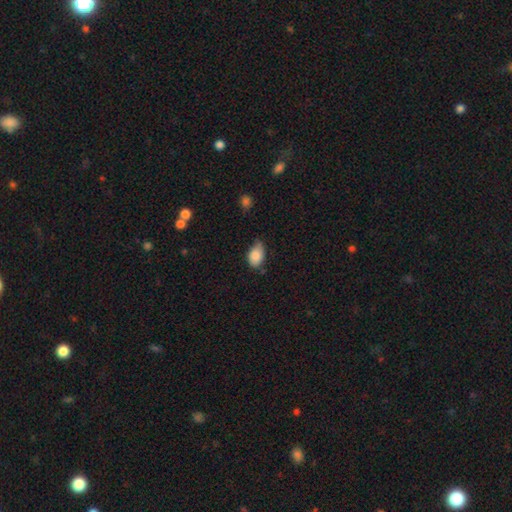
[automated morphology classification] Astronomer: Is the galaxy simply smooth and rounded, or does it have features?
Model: smooth — 86%.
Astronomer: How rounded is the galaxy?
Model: in between — 86%.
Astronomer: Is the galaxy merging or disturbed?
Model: none — 51% (runner-up: minor disturbance, 40%).